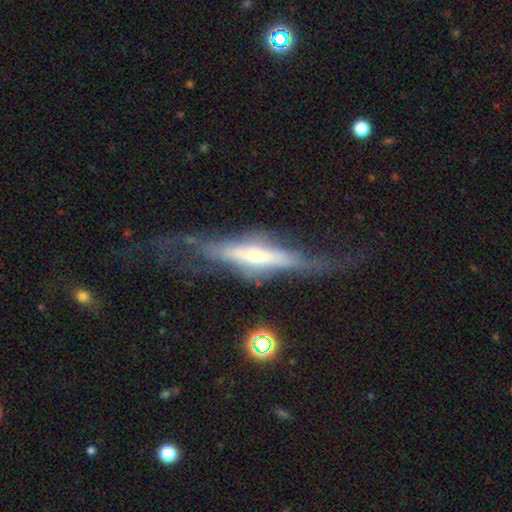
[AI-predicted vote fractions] A featured or disk galaxy (73%) viewed edge-on (83%) with a rounded central bulge (60%).

Vote fractions:
- Smooth or featured? featured or disk: 73% / smooth: 20% / star or artifact: 7%
- Edge-on disk? yes: 83% / no: 17%
- Edge-on bulge? rounded: 60% / boxy: 24% / none: 16%
- Merging? none: 50% / major disturbance: 24% / minor disturbance: 23% / merger: 3%